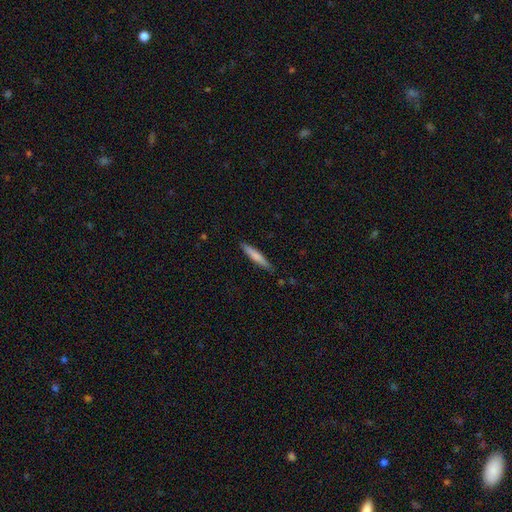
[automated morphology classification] Smooth or featured? smooth (72%)
How rounded? cigar-shaped (92%)
Merging? none (86%)